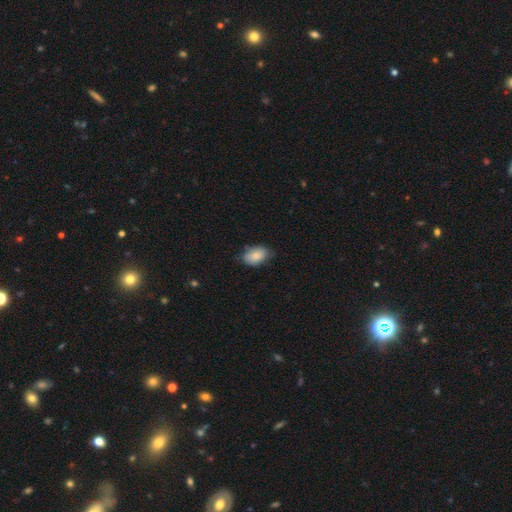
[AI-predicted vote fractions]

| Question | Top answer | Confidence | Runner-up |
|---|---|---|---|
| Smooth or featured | smooth | 82% | featured or disk (11%) |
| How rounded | in between | 89% | round (10%) |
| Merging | none | 67% | minor disturbance (27%) |